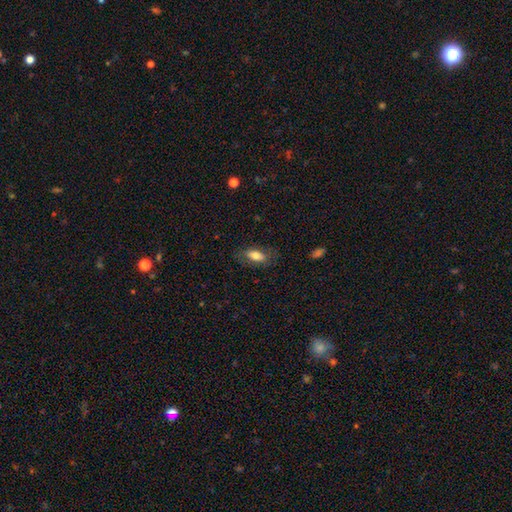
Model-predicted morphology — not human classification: This is likely a smooth galaxy (75%). How rounded: clearly in between (83%). Merging: likely none (76%).